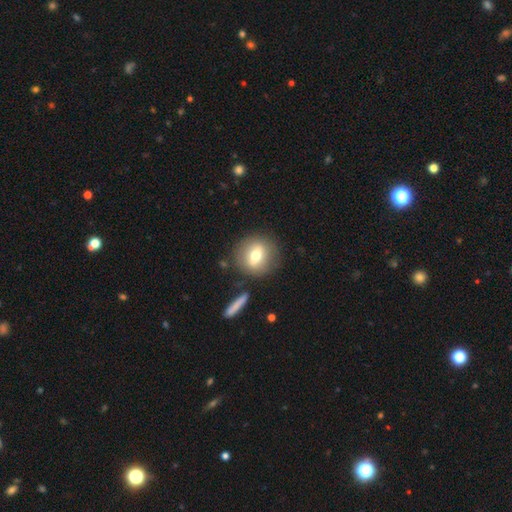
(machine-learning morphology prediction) Smooth or featured? Predicted: smooth (p=0.62). How rounded? Predicted: round (p=0.75). Merging? Predicted: none (p=0.81).